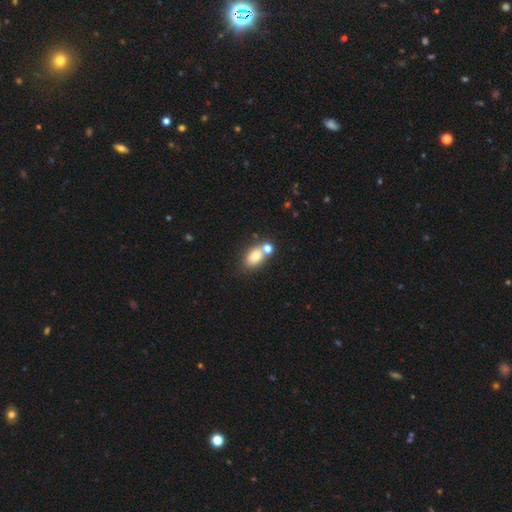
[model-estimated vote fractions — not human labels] Overall: smooth (76%). How rounded: in between (77%). Merging: none (55%; merger 29%).